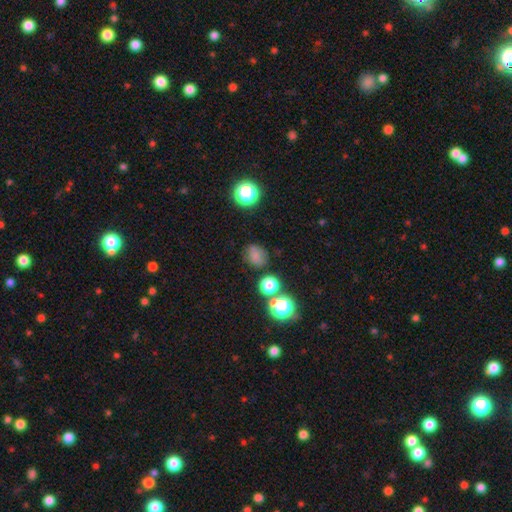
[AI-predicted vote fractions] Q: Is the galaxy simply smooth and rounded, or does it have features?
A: smooth — 72%.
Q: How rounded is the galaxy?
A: round — 65%.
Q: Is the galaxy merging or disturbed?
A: none — 73%.